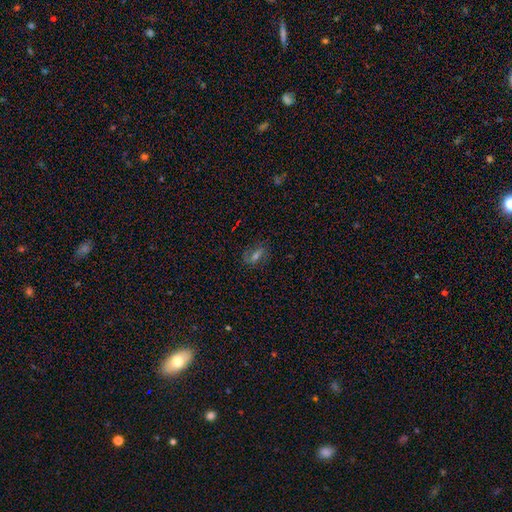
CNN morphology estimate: A featured or disk galaxy (46%). Merging: none (75%).